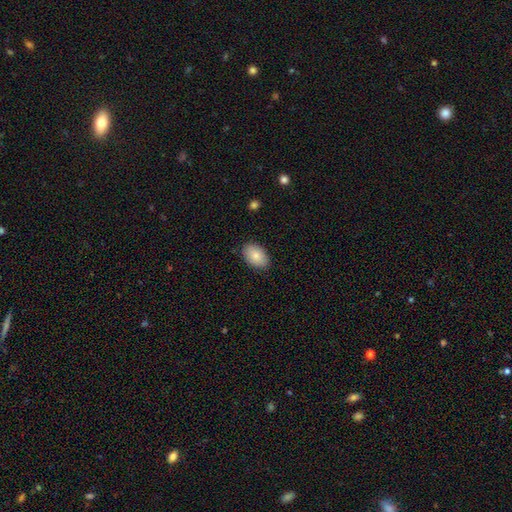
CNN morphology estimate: Smooth or featured?
  - smooth: 85% *
  - featured or disk: 8%
  - star or artifact: 7%
How rounded?
  - in between: 90% *
  - round: 9%
  - cigar-shaped: 1%
Merging?
  - none: 87% *
  - minor disturbance: 10%
  - major disturbance: 2%
  - merger: 1%